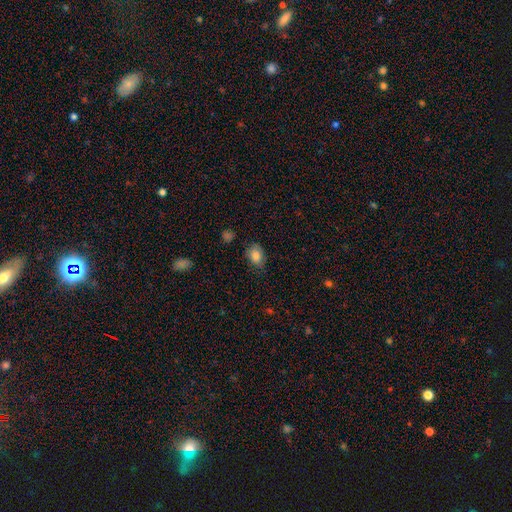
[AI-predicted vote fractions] smooth 84%, star or artifact 9%, featured or disk 7%. Down the decision tree: how rounded — in between (77%); merging — none (74%).